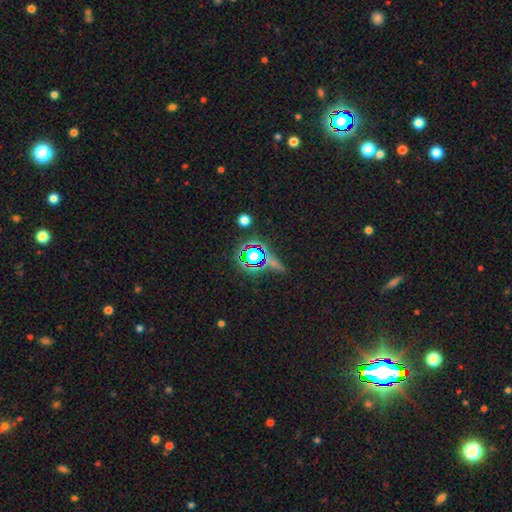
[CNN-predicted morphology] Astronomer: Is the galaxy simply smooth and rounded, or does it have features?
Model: star or artifact — 59%.